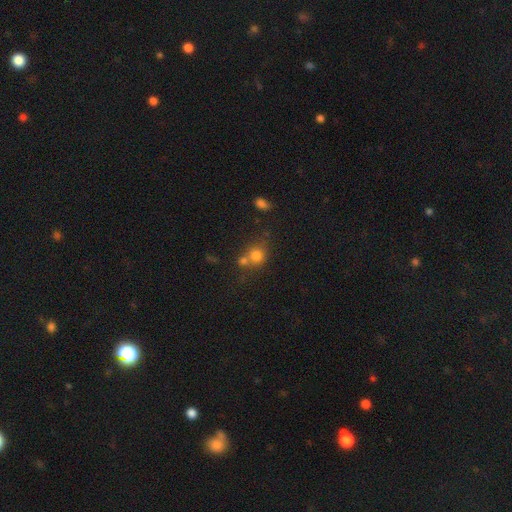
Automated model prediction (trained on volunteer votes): A smooth galaxy with no disk features (76%) that is round (77%). Merging: none (44%).